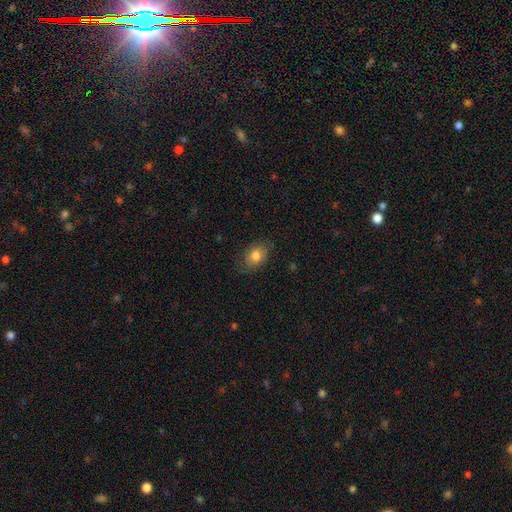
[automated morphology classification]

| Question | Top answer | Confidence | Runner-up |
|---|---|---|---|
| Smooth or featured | smooth | 77% | featured or disk (14%) |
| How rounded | in between | 71% | round (28%) |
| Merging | none | 76% | minor disturbance (18%) |